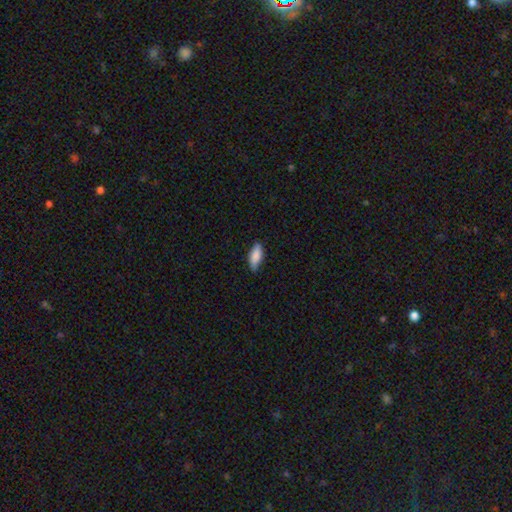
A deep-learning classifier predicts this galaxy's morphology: smooth_or_featured: smooth (p=0.84) [alt: featured or disk p=0.10]
how_rounded: in between (p=0.76) [alt: cigar-shaped p=0.22]
merging: none (p=0.77) [alt: minor disturbance p=0.19]